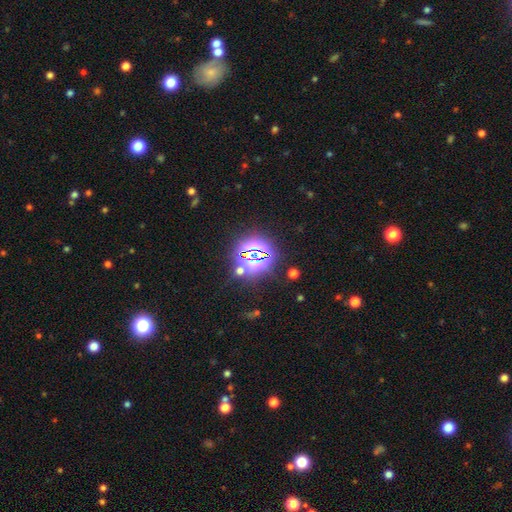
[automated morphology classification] type=star or artifact (79%).